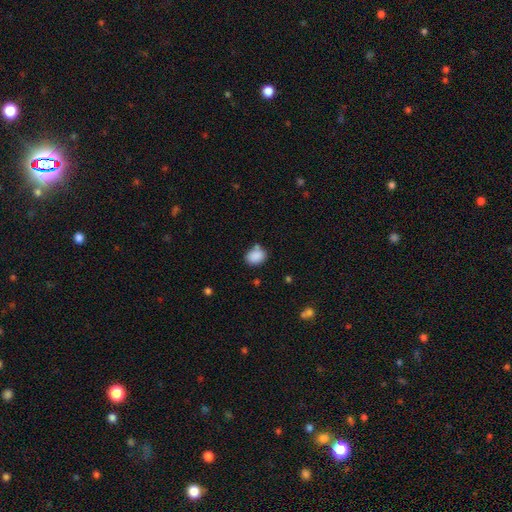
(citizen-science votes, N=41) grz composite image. It shows a smooth galaxy with no disk features (85%) that is in between round and cigar-shaped (54%). Merging: none (49%).